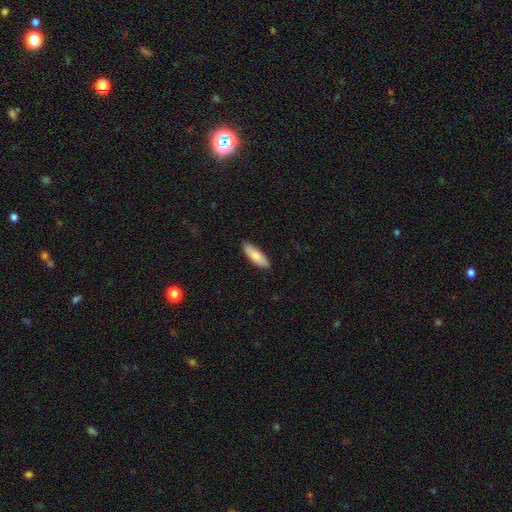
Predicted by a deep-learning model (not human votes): Smooth or featured? smooth (85%)
How rounded? in between (61%)
Merging? none (89%)